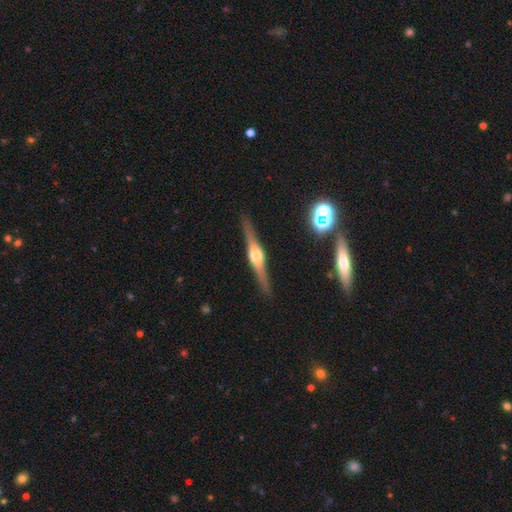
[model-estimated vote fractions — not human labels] featured or disk 80%, smooth 13%, star or artifact 6%. Down the decision tree: edge-on disk — yes (98%); edge-on bulge — rounded (92%); merging — none (90%).